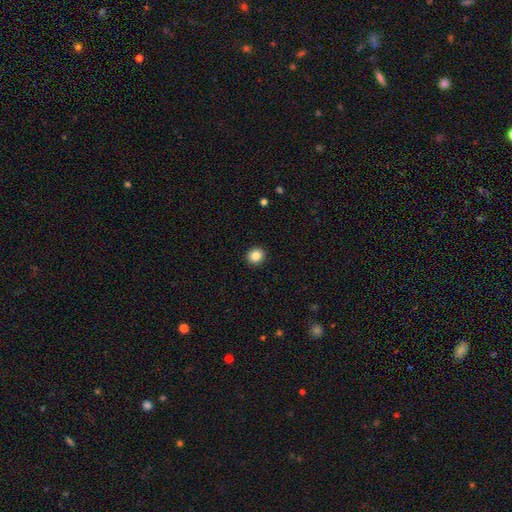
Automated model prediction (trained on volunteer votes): This appears to be a smooth galaxy with no disk features (86%) that is round (88%). Merging: none (93%).